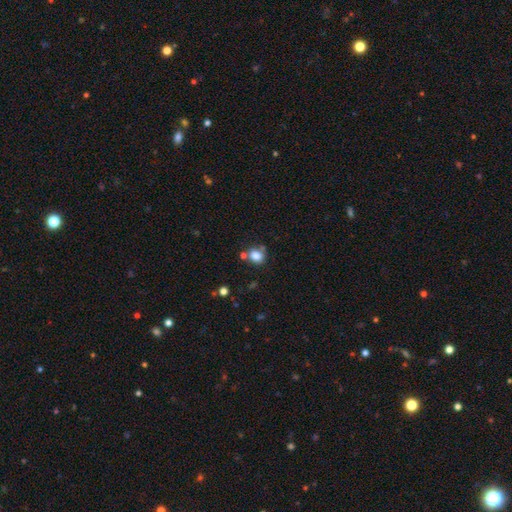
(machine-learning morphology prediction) Overall: smooth (81%). How rounded: round (65%; in between 34%). Merging: none (65%).